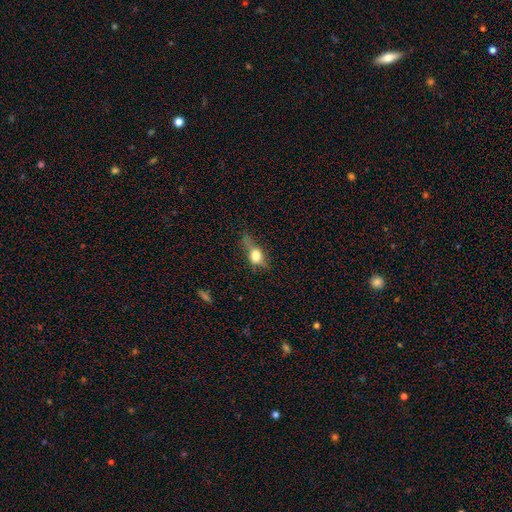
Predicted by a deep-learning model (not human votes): smooth 62%, featured or disk 26%, star or artifact 11%. Down the decision tree: how rounded — in between (55%); merging — none (37%).